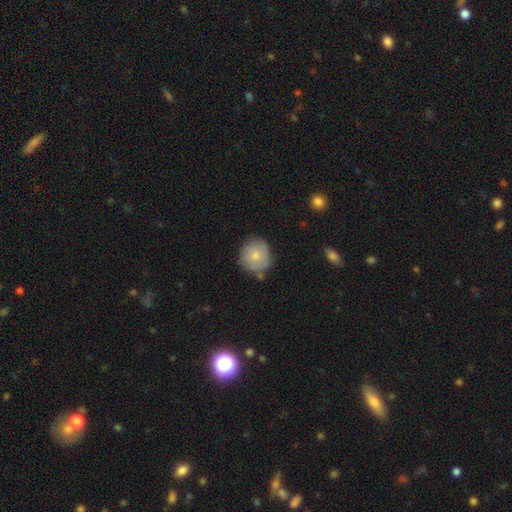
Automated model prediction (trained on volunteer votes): smooth-or-featured: smooth: 78% | featured or disk: 16% | star or artifact: 6%
  how-rounded: round: 89% | in between: 10% | cigar-shaped: 1%
  merging: none: 71% | minor disturbance: 21% | major disturbance: 4% | merger: 4%